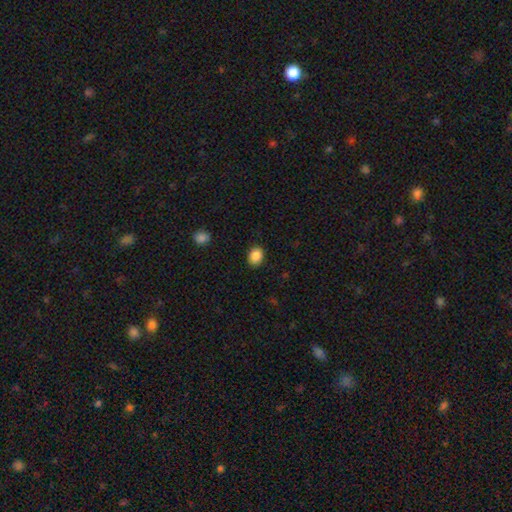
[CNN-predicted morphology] A smooth galaxy with no disk features (88%) that is in between round and cigar-shaped (60%). Merging: none (88%).